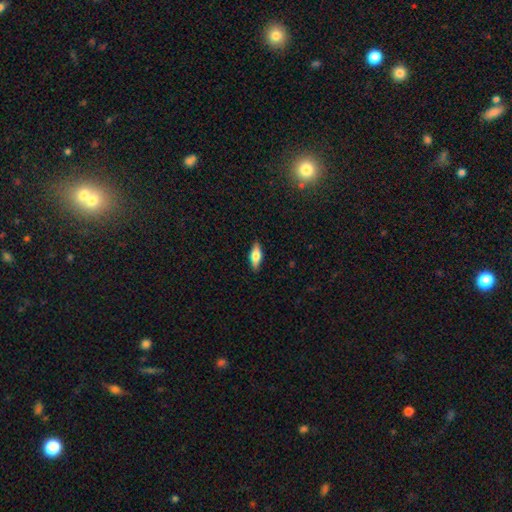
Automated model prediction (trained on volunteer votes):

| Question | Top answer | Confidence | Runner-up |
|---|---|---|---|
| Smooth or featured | smooth | 63% | featured or disk (31%) |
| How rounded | in between | 68% | cigar-shaped (29%) |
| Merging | none | 88% | minor disturbance (9%) |